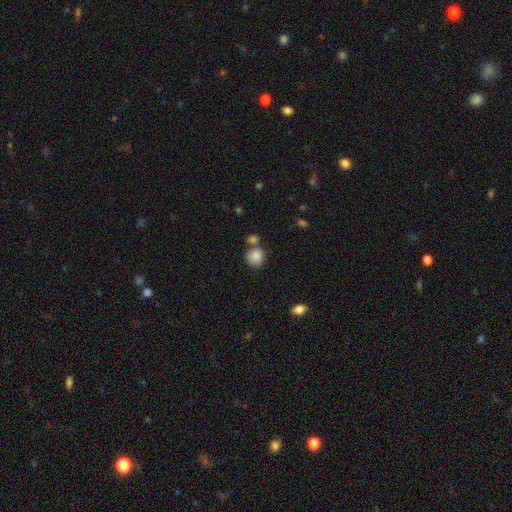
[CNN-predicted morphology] Overall: smooth (86%). How rounded: round (80%). Merging: none (57%; merger 26%).